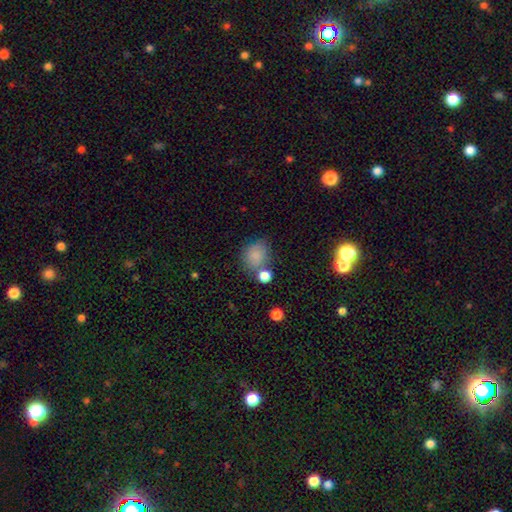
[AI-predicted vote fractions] Smooth or featured? smooth (83%)
How rounded? round (66%)
Merging? none (61%)